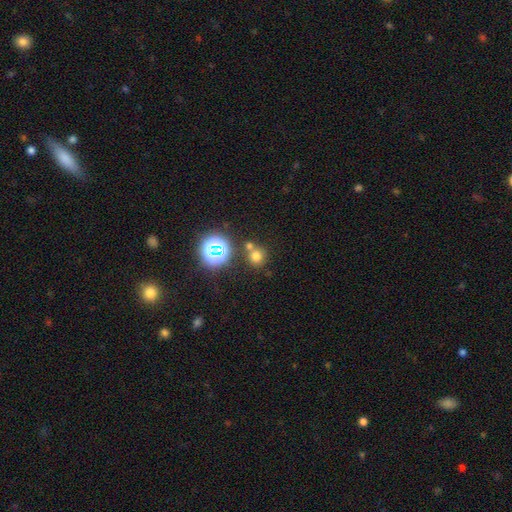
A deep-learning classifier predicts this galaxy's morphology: Smooth or featured? Predicted: smooth (p=0.66). How rounded? Predicted: round (p=0.87). Merging? Predicted: none (p=0.63).